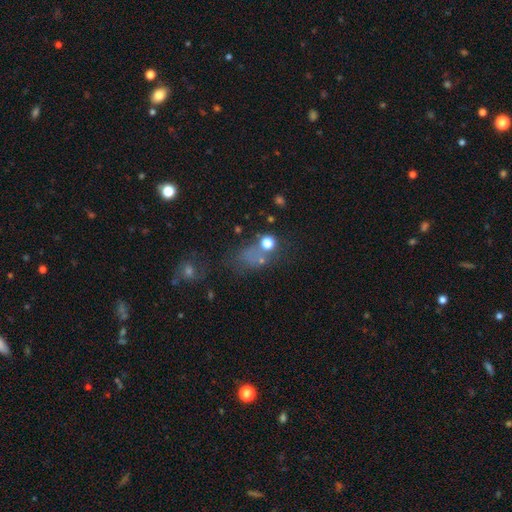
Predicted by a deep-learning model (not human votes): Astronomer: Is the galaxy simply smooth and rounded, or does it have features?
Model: smooth — 49% (runner-up: star or artifact, 36%).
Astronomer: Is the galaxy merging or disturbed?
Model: none — 46%.